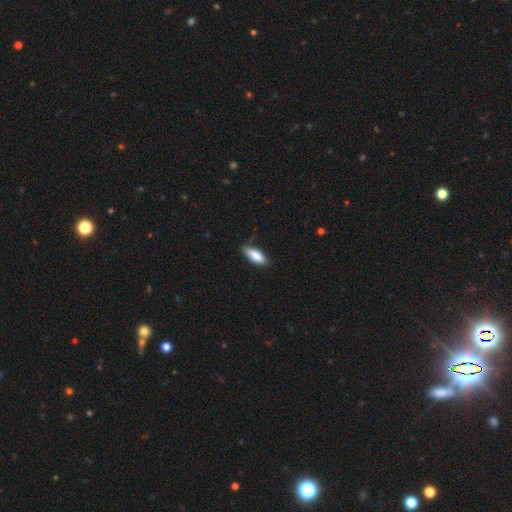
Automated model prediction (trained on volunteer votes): smooth-or-featured: smooth: 82% | featured or disk: 12% | star or artifact: 6%
  how-rounded: in between: 67% | cigar-shaped: 31% | round: 2%
  merging: none: 73% | minor disturbance: 22% | major disturbance: 3% | merger: 1%